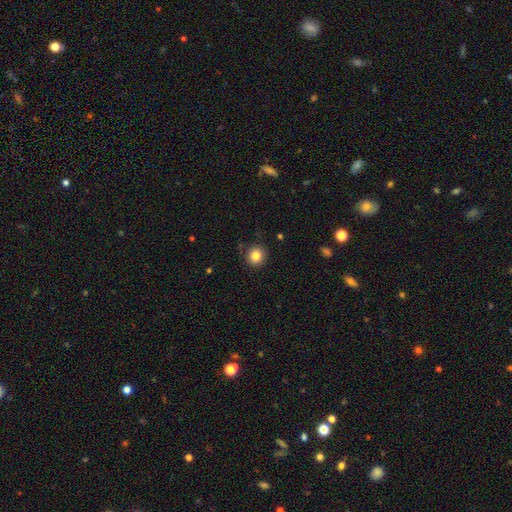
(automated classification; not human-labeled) Smooth or featured: smooth — 84% (star or artifact — 10%)
How rounded: round — 89% (in between — 10%)
Merging: none — 89% (minor disturbance — 8%)